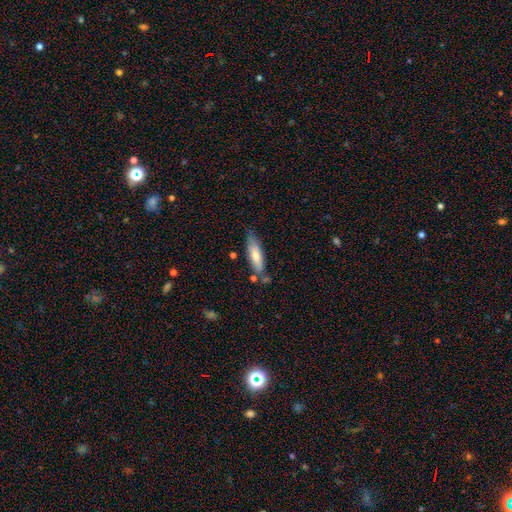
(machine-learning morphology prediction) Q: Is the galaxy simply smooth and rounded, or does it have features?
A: smooth — 71%.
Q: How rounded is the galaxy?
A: cigar-shaped — 57%.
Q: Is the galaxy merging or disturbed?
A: none — 64%.